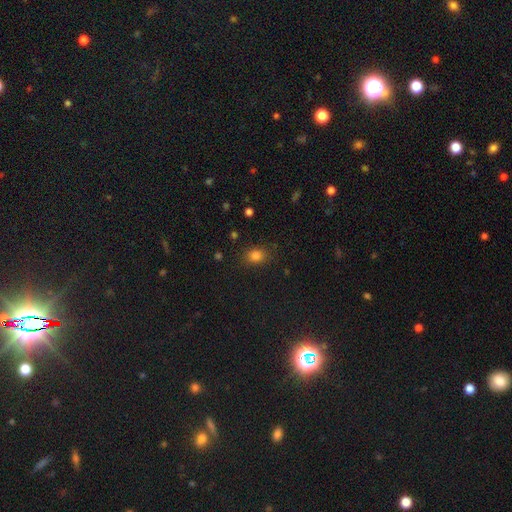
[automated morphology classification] smooth_or_featured: smooth (p=0.81) [alt: star or artifact p=0.14]
how_rounded: round (p=0.53) [alt: in between p=0.46]
merging: none (p=0.83) [alt: minor disturbance p=0.12]